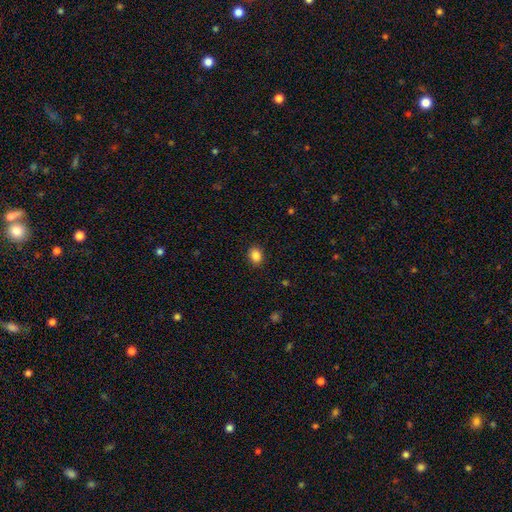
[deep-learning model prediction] smooth 87%, star or artifact 10%, featured or disk 4%. Down the decision tree: how rounded — round (54%); merging — none (90%).